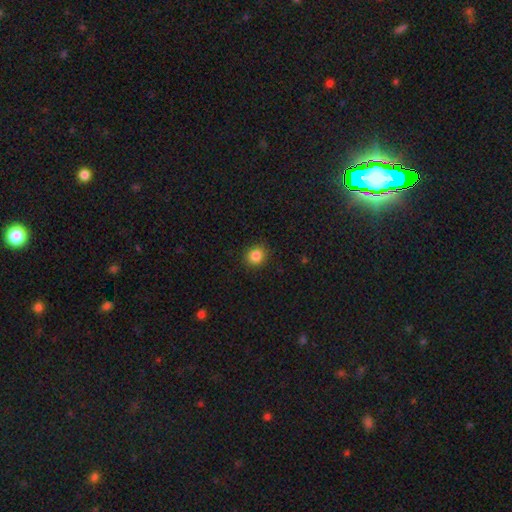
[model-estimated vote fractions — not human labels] Smooth or featured? Predicted: smooth (p=0.85). How rounded? Predicted: round (p=0.79). Merging? Predicted: none (p=0.89).